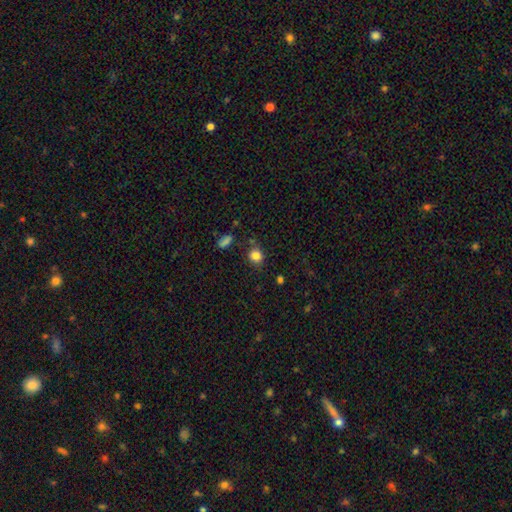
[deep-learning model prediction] Overall: smooth (83%). How rounded: round (76%). Merging: none (79%).